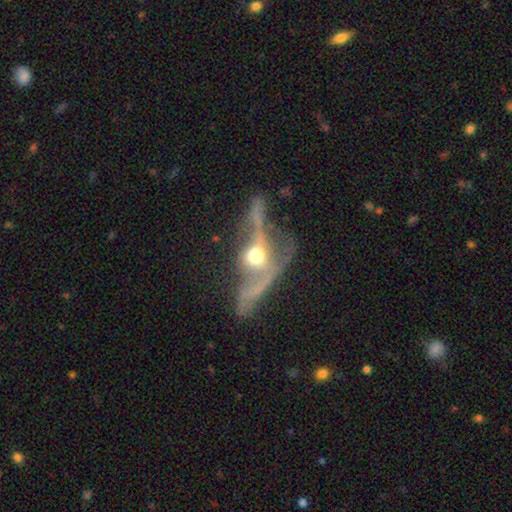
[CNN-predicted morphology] Overall: featured or disk (75%). Edge-on disk: no (68%; yes 32%). Bar: no (63%). Spiral arms: yes (58%; no 42%). Bulge size: moderate (64%). Merging: major disturbance (37%; none 33%).